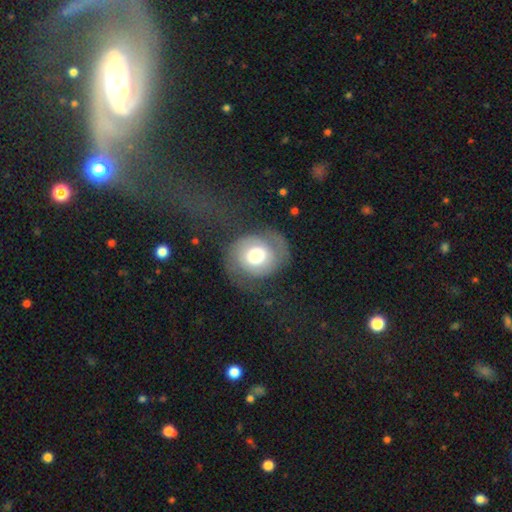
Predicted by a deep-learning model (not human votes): smooth-or-featured: smooth: 47% | featured or disk: 44% | star or artifact: 9%
  merging: none: 55% | major disturbance: 24% | minor disturbance: 19% | merger: 2%